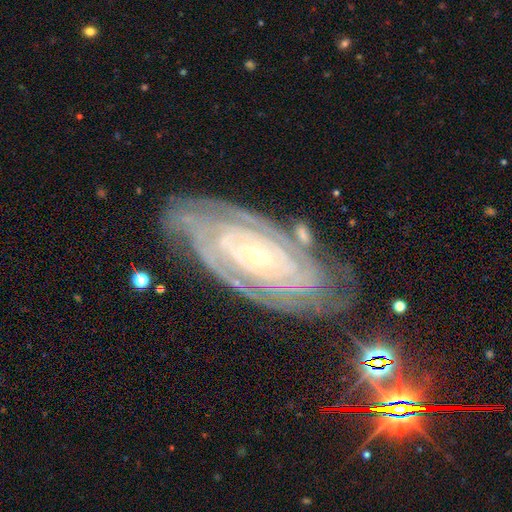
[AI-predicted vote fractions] This is clearly a featured or disk galaxy (89%). It is clearly not viewed edge-on (95%). Bar: likely no (71%). Spiral arm pattern: clearly yes (98%). Spiral arm count: marginally can't tell (26%). Spiral winding: clearly tight (86%). Central bulge: clearly small (87%). Merging: likely none (76%).